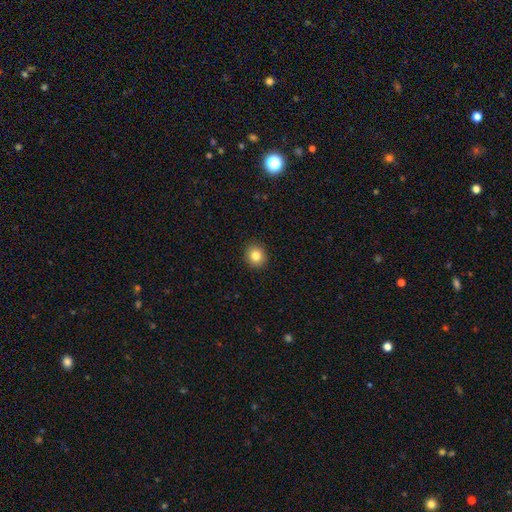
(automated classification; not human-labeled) Q: Smooth or featured?
A: smooth (83%); runner-up: star or artifact (10%)
Q: How rounded?
A: round (82%); runner-up: in between (17%)
Q: Merging?
A: none (92%); runner-up: minor disturbance (6%)